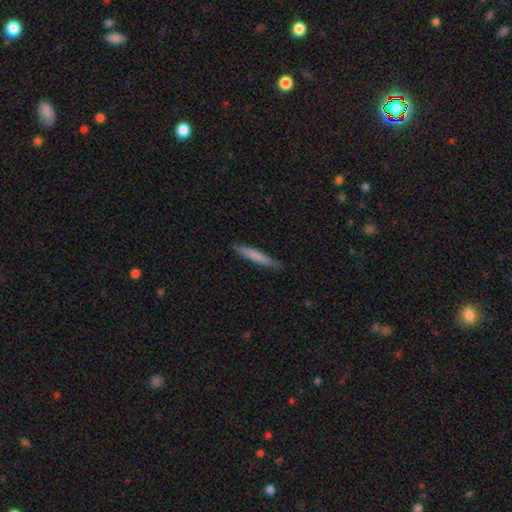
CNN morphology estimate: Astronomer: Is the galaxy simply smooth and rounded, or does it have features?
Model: smooth — 71%.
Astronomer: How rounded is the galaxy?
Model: cigar-shaped — 96%.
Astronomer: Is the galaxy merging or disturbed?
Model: none — 88%.